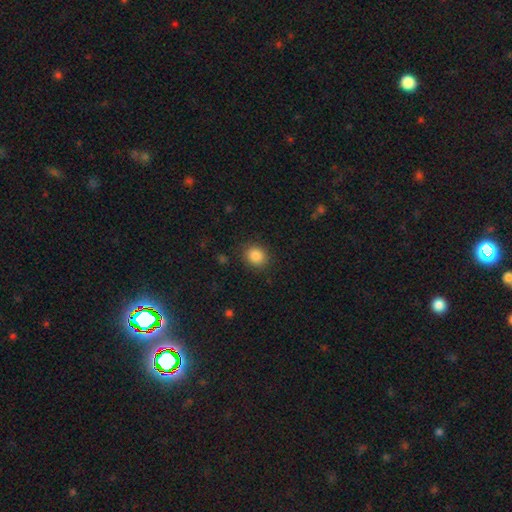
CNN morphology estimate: Overall: smooth (86%). How rounded: round (72%). Merging: none (87%).